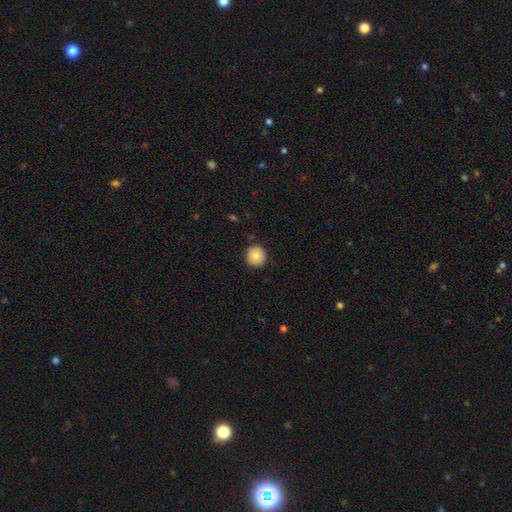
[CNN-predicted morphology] Smooth or featured? smooth (84%)
How rounded? round (94%)
Merging? none (90%)